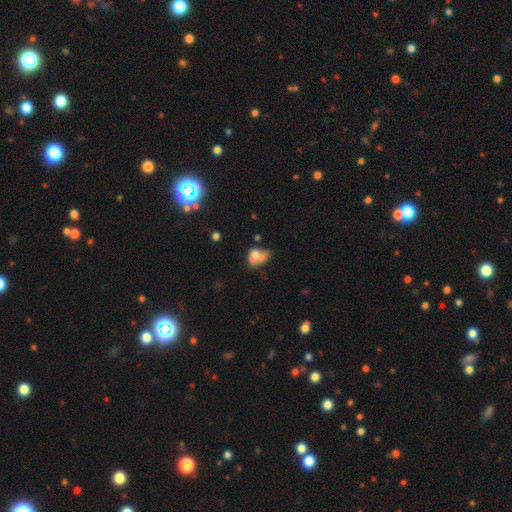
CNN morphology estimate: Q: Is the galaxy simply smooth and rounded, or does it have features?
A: smooth — 61%.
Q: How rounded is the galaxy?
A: in between — 70%.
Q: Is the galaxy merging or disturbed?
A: merger — 42%.